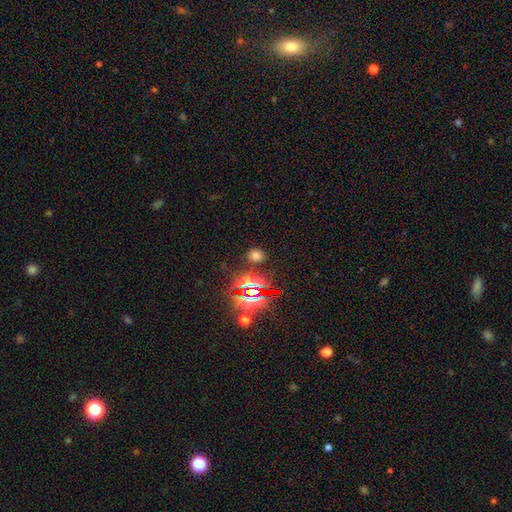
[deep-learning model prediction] This is possibly a smooth galaxy (59%). How rounded: possibly round (59%). Merging: clearly none (83%).